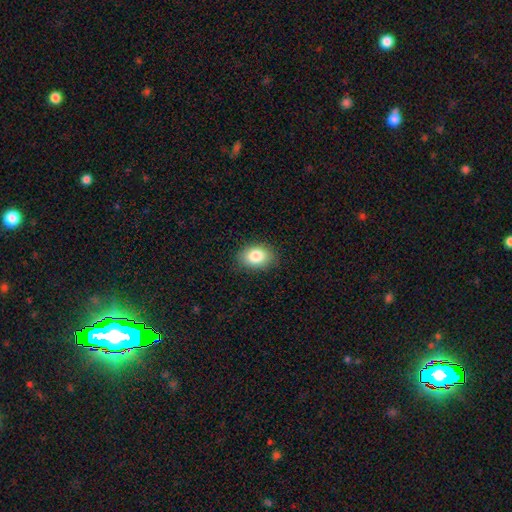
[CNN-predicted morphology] The model was most divided on "how rounded": in between: 81%, round: 18%, cigar-shaped: 1%. More confident: merging — none (85%); smooth or featured — smooth (84%).